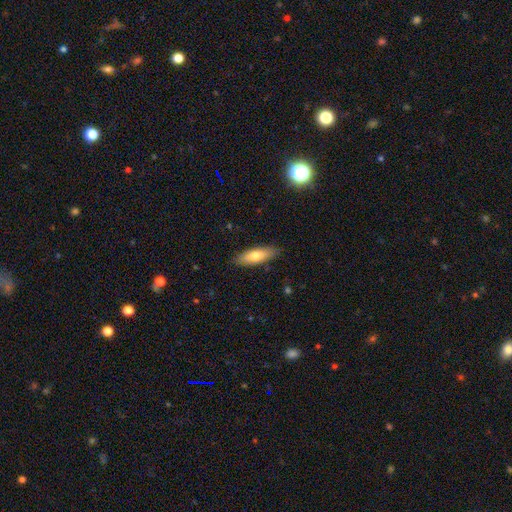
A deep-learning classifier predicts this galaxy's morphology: A smooth galaxy with no disk features (70%) that is in between round and cigar-shaped (53%).

Vote fractions:
- Smooth or featured? smooth: 70% / featured or disk: 24% / star or artifact: 6%
- How rounded? in between: 53% / cigar-shaped: 45% / round: 2%
- Merging? none: 86% / minor disturbance: 11% / major disturbance: 2% / merger: 1%